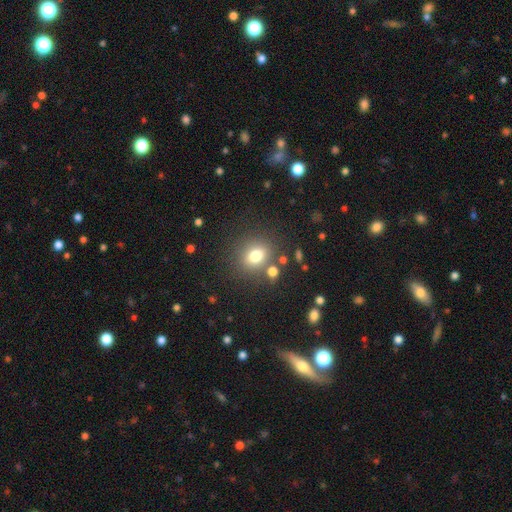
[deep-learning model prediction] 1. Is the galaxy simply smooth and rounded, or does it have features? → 76% smooth, 14% star or artifact, 10% featured or disk.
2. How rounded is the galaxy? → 61% round, 37% in between, 1% cigar-shaped.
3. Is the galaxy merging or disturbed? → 75% none, 11% minor disturbance, 10% merger, 5% major disturbance.